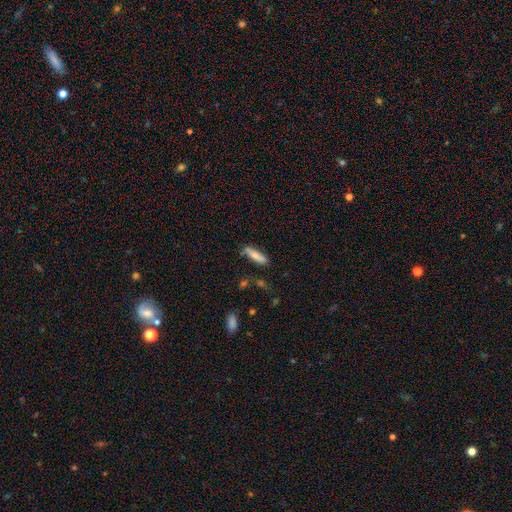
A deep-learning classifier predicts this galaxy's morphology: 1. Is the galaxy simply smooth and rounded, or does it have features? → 73% smooth, 21% featured or disk, 6% star or artifact.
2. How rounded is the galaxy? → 67% cigar-shaped, 31% in between, 2% round.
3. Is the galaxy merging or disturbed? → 79% none, 14% minor disturbance, 3% merger, 3% major disturbance.